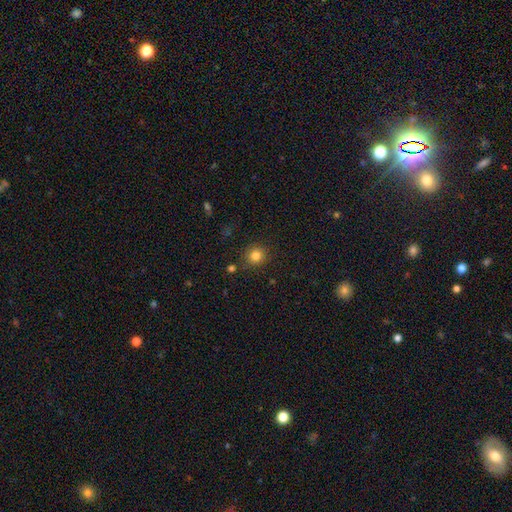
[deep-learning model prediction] This is clearly a smooth galaxy (82%). How rounded: clearly round (89%). Merging: clearly none (85%).